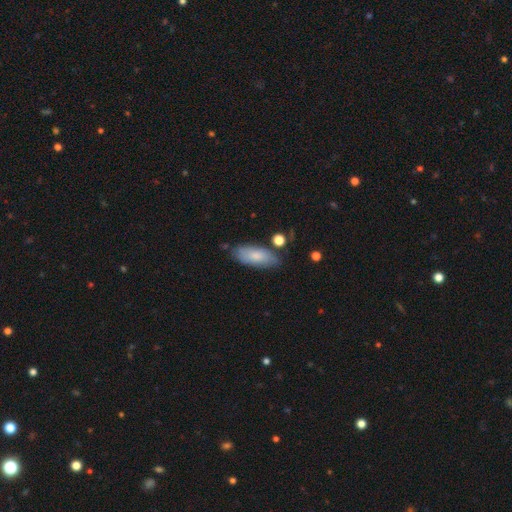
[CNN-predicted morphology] smooth 78%, featured or disk 16%, star or artifact 6%. Down the decision tree: how rounded — in between (84%); merging — none (72%).